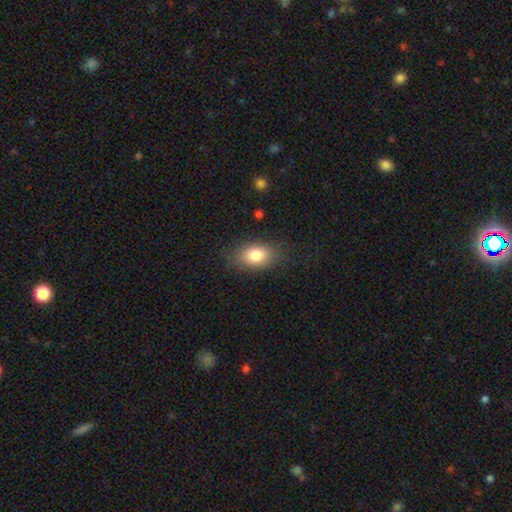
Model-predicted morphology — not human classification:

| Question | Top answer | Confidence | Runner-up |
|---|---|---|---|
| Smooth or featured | smooth | 82% | featured or disk (10%) |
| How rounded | in between | 86% | round (12%) |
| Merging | none | 81% | minor disturbance (13%) |